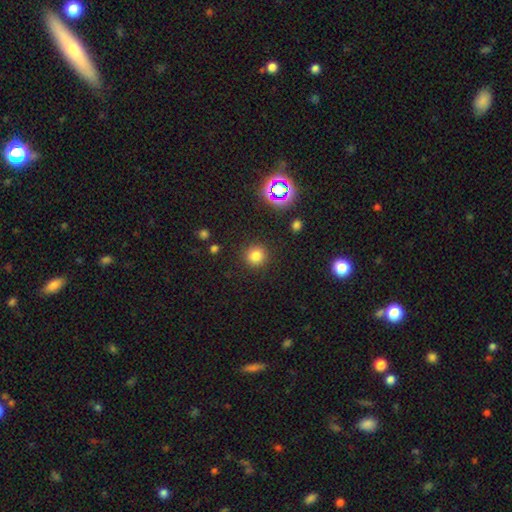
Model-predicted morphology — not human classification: This appears to be a smooth galaxy with no disk features (77%) that is round (94%). Merging: none (90%).